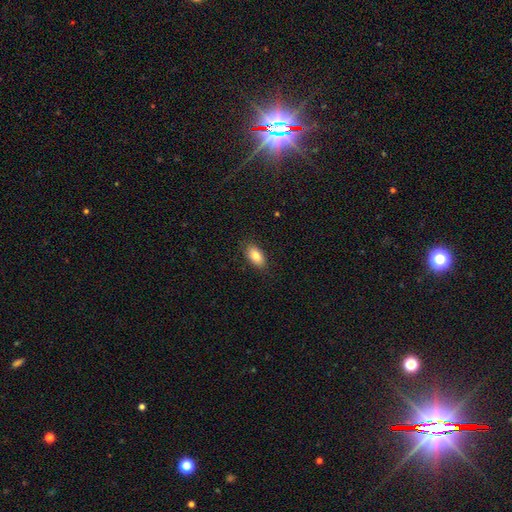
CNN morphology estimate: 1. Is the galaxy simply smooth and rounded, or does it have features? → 84% smooth, 8% featured or disk, 7% star or artifact.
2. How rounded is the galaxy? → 92% in between, 5% round, 3% cigar-shaped.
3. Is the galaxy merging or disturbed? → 86% none, 11% minor disturbance, 3% major disturbance, 1% merger.